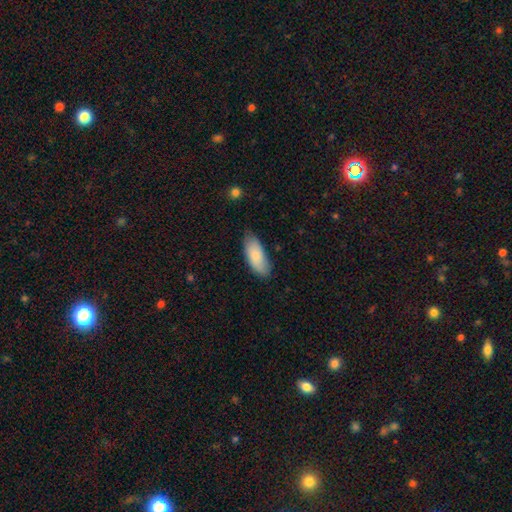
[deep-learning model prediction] Smooth or featured? smooth (83%)
How rounded? in between (85%)
Merging? none (75%)